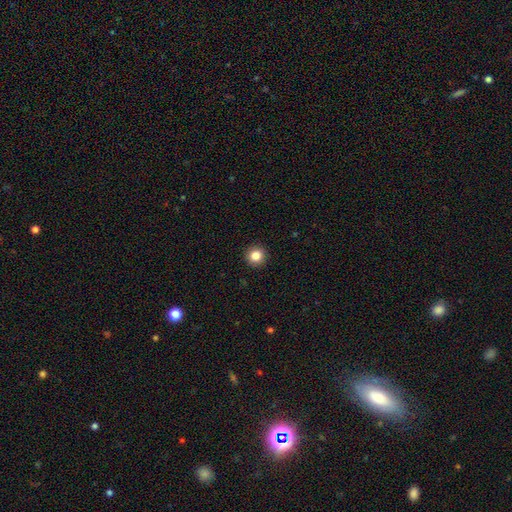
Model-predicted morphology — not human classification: Q: Smooth or featured?
A: smooth (85%); runner-up: star or artifact (10%)
Q: How rounded?
A: round (94%); runner-up: in between (5%)
Q: Merging?
A: none (93%); runner-up: minor disturbance (4%)